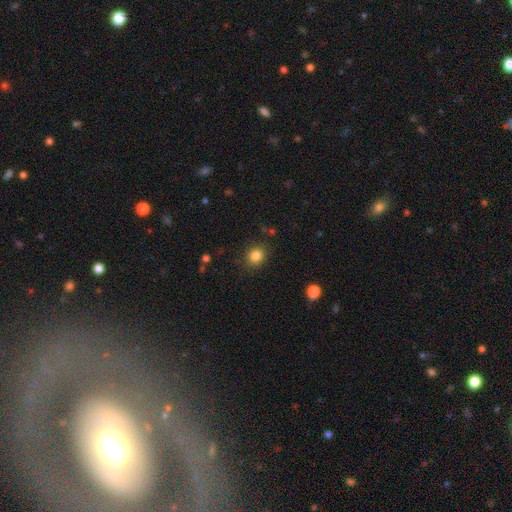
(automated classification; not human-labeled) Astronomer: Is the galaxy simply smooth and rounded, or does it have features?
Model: smooth — 84%.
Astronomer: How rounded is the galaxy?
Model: round — 71%.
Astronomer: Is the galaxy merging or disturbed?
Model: none — 86%.